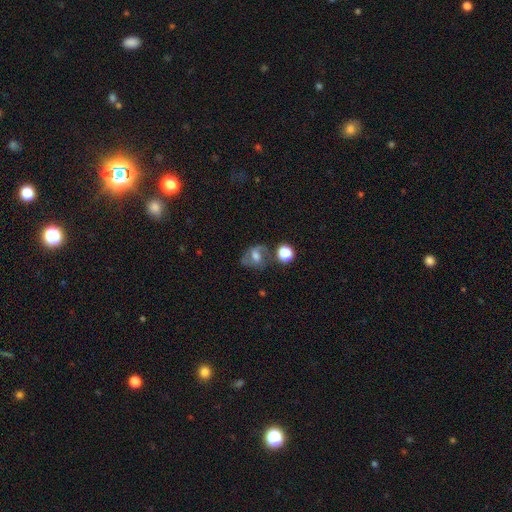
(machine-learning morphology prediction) A featured or disk galaxy (52%). Merging: none (58%).